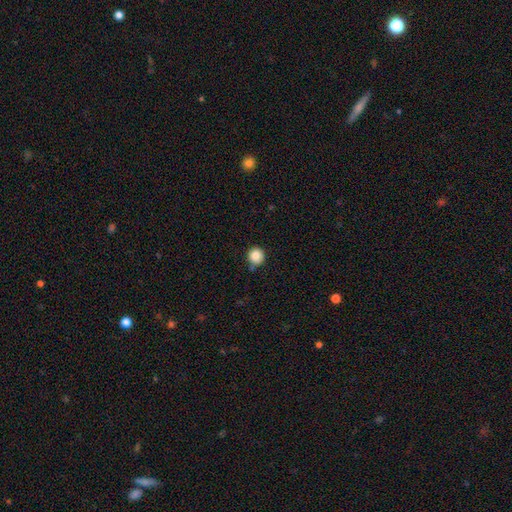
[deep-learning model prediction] Smooth or featured? Predicted: smooth (p=0.86). How rounded? Predicted: round (p=0.95). Merging? Predicted: none (p=0.82).